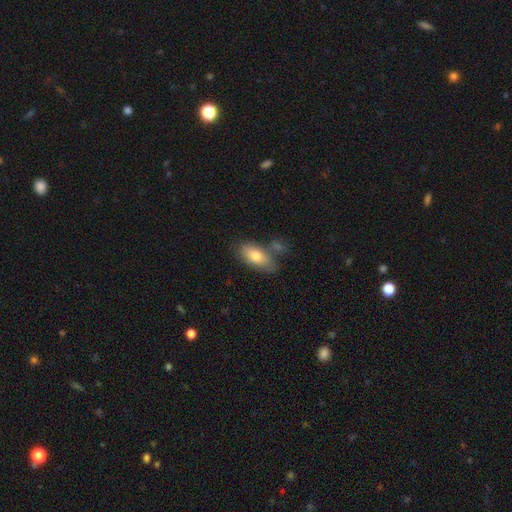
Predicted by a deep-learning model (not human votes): This is likely a smooth galaxy (76%). How rounded: clearly in between (89%). Merging: possibly none (59%).